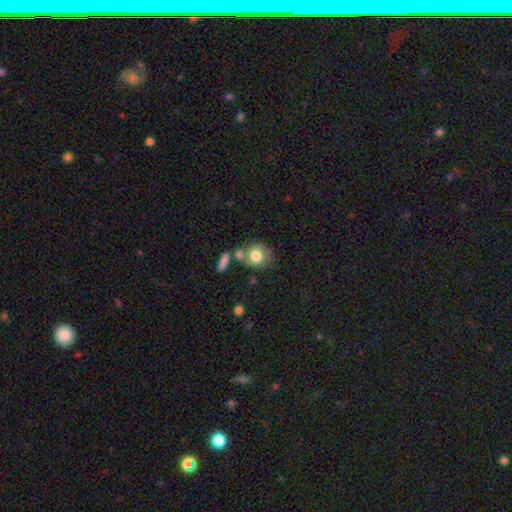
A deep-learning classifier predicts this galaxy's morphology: This is likely a smooth galaxy (75%). How rounded: likely round (66%). Merging: possibly none (54%).